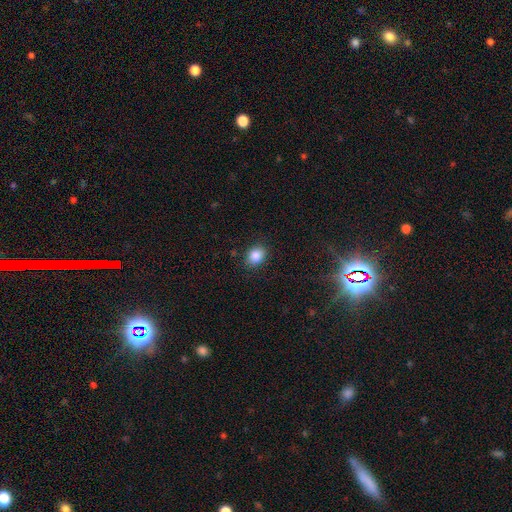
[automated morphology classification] Overall: smooth (86%). How rounded: round (52%; in between 47%). Merging: none (86%).